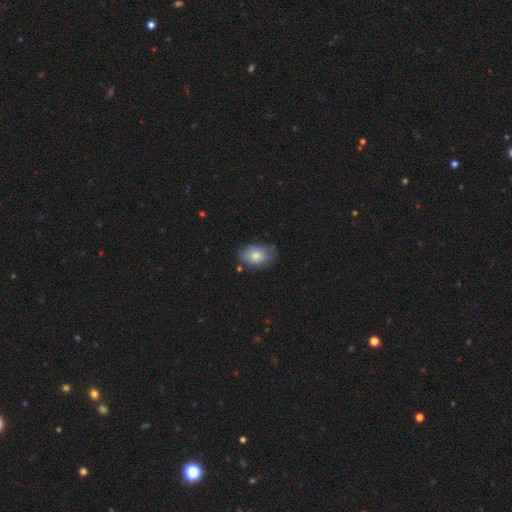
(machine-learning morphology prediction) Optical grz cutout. It shows a smooth galaxy with no disk features (77%) that is in between round and cigar-shaped (86%). Merging: none (67%).